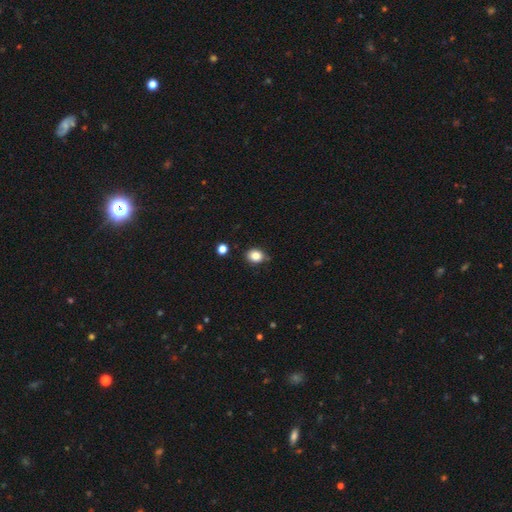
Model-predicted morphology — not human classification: Q: Smooth or featured?
A: smooth (85%); runner-up: star or artifact (10%)
Q: How rounded?
A: round (59%); runner-up: in between (40%)
Q: Merging?
A: none (77%); runner-up: minor disturbance (16%)